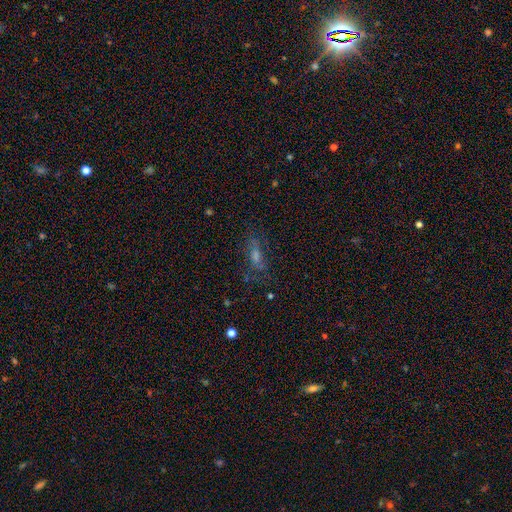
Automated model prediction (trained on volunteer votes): This appears to be a featured or disk galaxy (40%). Merging: none (65%).